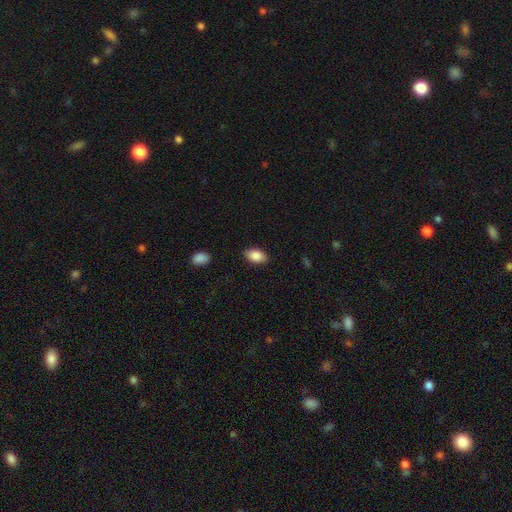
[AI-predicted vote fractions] Smooth or featured? Predicted: smooth (p=0.87). How rounded? Predicted: in between (p=0.91). Merging? Predicted: none (p=0.84).